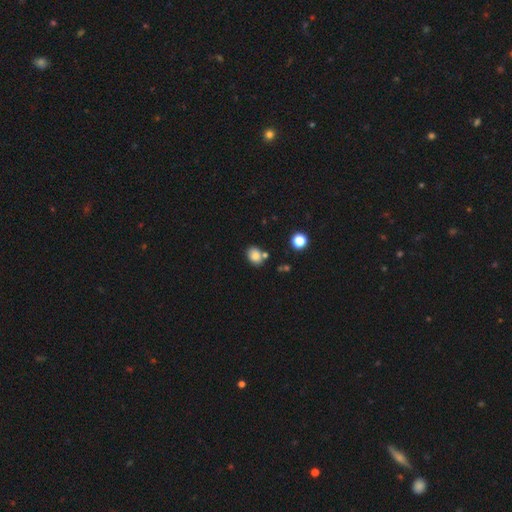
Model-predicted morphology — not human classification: Smooth or featured?
  - smooth: 81% *
  - star or artifact: 11%
  - featured or disk: 8%
How rounded?
  - in between: 55% *
  - round: 44%
  - cigar-shaped: 1%
Merging?
  - none: 67% *
  - merger: 16%
  - minor disturbance: 13%
  - major disturbance: 3%